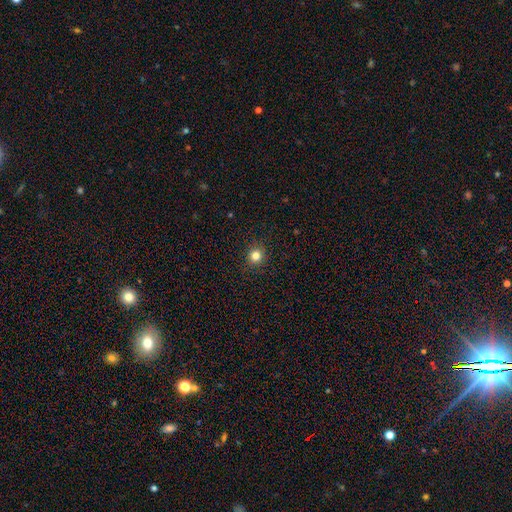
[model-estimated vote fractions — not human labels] smooth_or_featured: smooth (p=0.82) [alt: star or artifact p=0.13]
how_rounded: round (p=0.90) [alt: in between p=0.09]
merging: none (p=0.92) [alt: minor disturbance p=0.06]